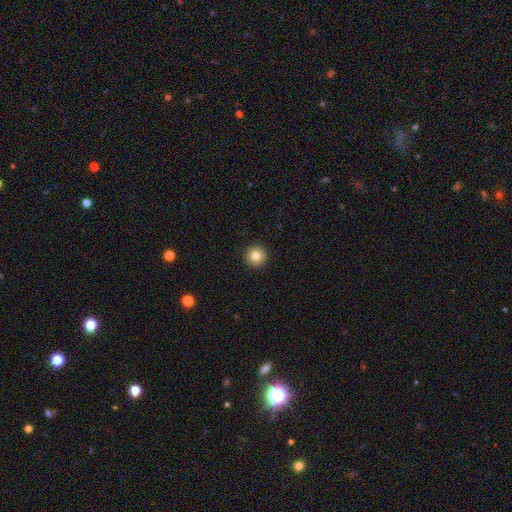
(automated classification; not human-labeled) This is clearly a smooth galaxy (82%). How rounded: clearly round (96%). Merging: clearly none (94%).